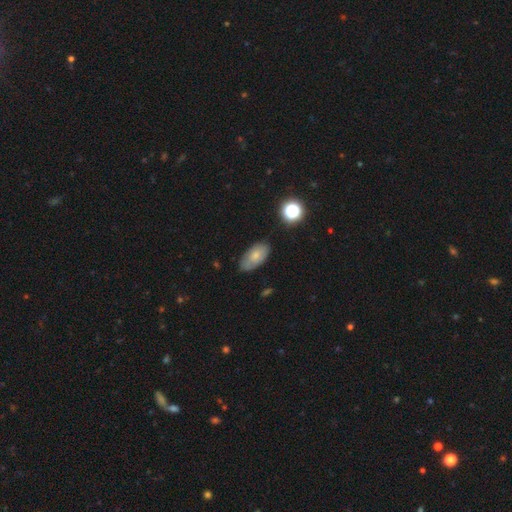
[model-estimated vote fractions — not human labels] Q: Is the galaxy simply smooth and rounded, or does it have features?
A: smooth — 68%.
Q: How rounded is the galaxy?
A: in between — 92%.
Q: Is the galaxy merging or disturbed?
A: none — 72%.